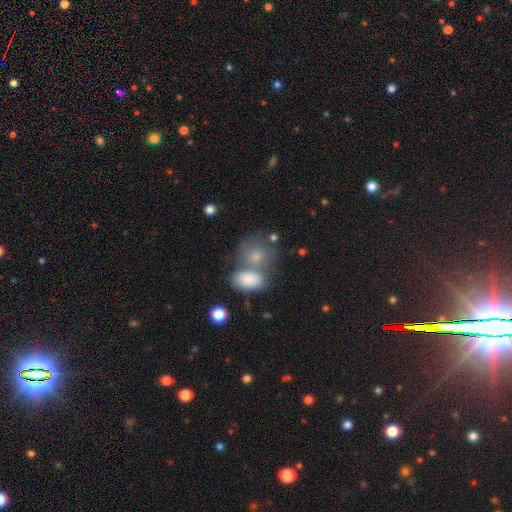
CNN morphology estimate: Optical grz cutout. It shows a smooth galaxy with no disk features (73%) that is round (51%). Merging: merger (44%).